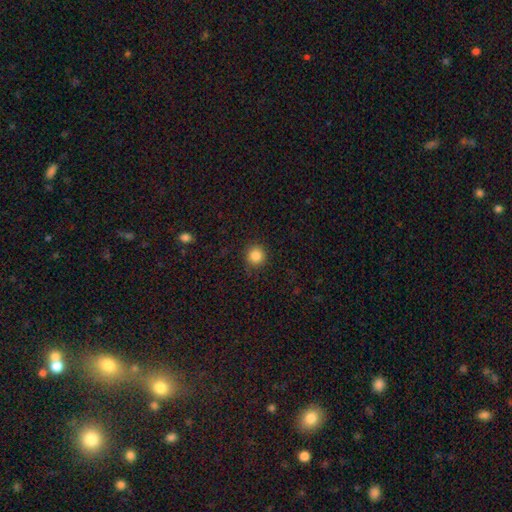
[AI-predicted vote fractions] smooth 85%, star or artifact 11%, featured or disk 4%. Down the decision tree: how rounded — round (93%); merging — none (89%).